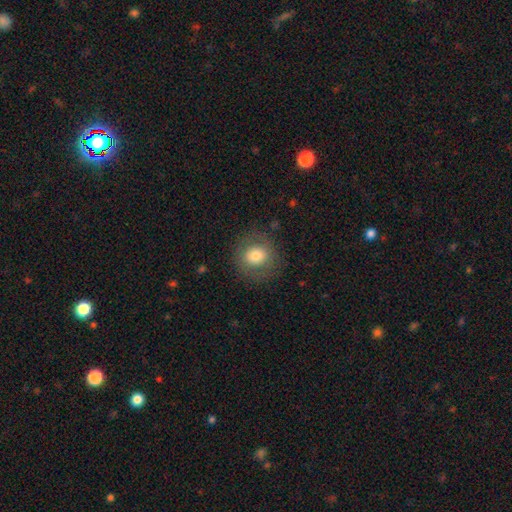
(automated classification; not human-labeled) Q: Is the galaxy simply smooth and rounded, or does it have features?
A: smooth — 75%.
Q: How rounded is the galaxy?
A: round — 84%.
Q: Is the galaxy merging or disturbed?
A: none — 83%.